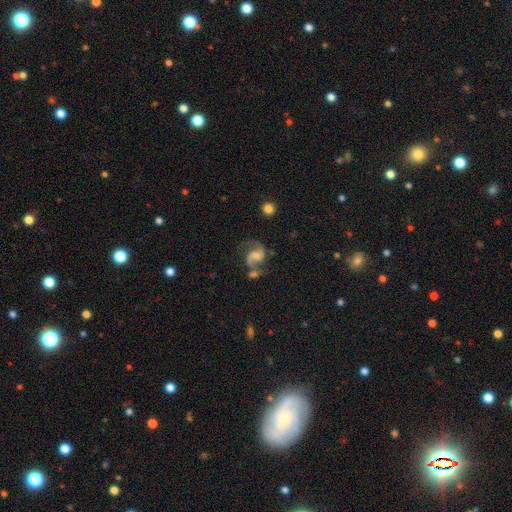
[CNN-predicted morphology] Overall: featured or disk (84%). Edge-on disk: no (98%). Bar: no (46%; weak 42%). Spiral arms: yes (96%). Spiral arm count: 2 (91%). Spiral winding: medium (51%; loose 38%). Bulge size: moderate (39%; small 37%). Merging: none (52%; merger 19%).